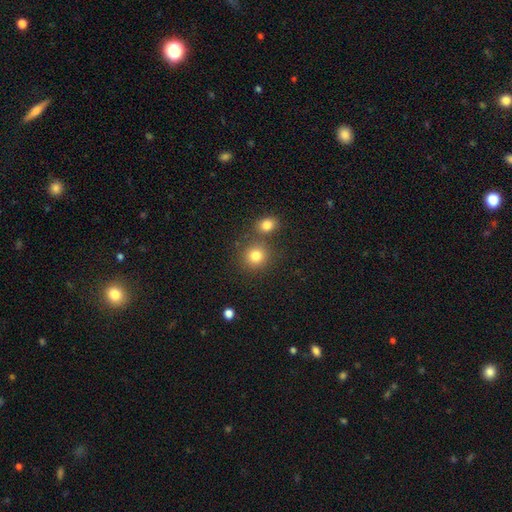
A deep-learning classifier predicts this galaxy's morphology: smooth-or-featured: smooth: 81% | star or artifact: 12% | featured or disk: 7%
  how-rounded: round: 86% | in between: 13% | cigar-shaped: 1%
  merging: none: 70% | merger: 19% | minor disturbance: 9% | major disturbance: 3%